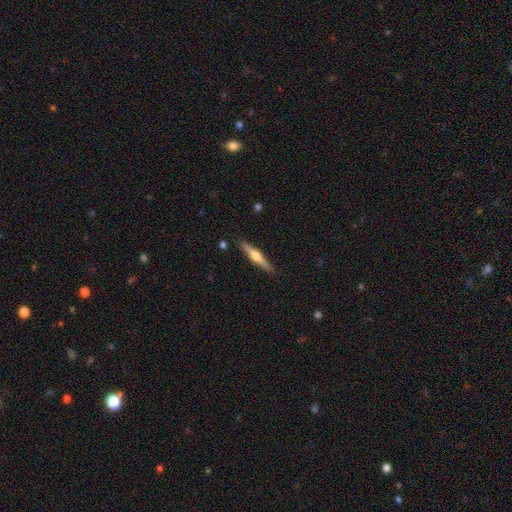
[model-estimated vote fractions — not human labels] A featured or disk galaxy (63%) viewed edge-on (97%) with a rounded central bulge (90%).

Vote fractions:
- Smooth or featured? featured or disk: 63% / smooth: 31% / star or artifact: 6%
- Edge-on disk? yes: 97% / no: 3%
- Edge-on bulge? rounded: 90% / boxy: 5% / none: 4%
- Merging? none: 89% / minor disturbance: 8% / major disturbance: 2% / merger: 1%